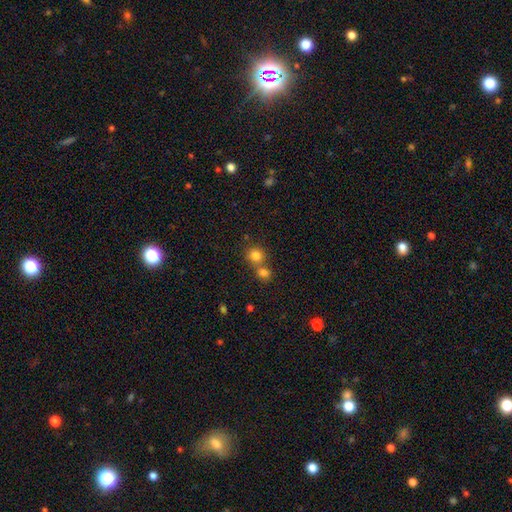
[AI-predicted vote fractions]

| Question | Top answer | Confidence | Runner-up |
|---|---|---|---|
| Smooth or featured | smooth | 80% | star or artifact (13%) |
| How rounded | round | 85% | in between (14%) |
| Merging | none | 50% | merger (41%) |